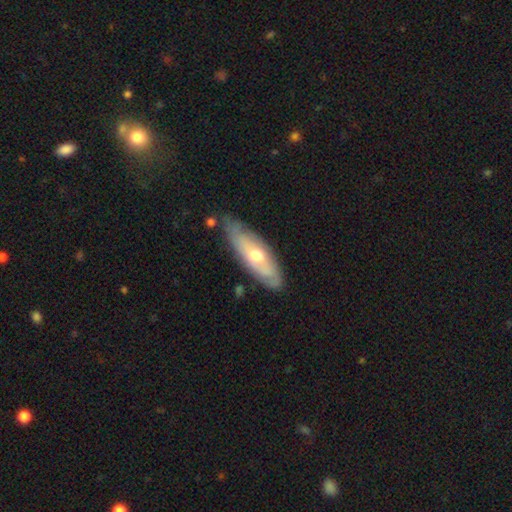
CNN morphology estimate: Smooth or featured: featured or disk — 55% (smooth — 40%)
Edge-on disk: no — 66% (yes — 34%)
Merging: none — 70% (minor disturbance — 23%)